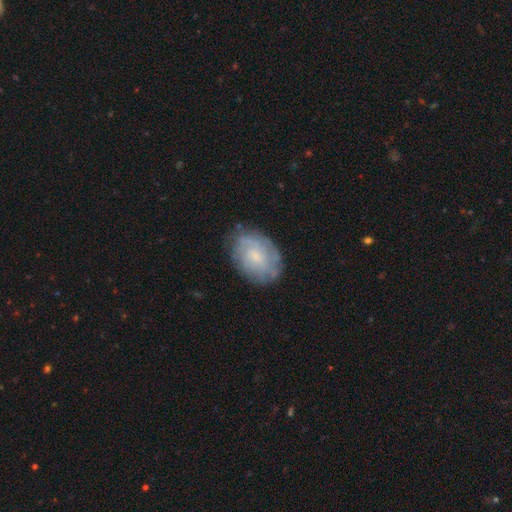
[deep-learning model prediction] Smooth or featured?
  - featured or disk: 52% *
  - smooth: 41%
  - star or artifact: 8%
Edge-on disk?
  - no: 96% *
  - yes: 4%
Merging?
  - none: 74% *
  - minor disturbance: 19%
  - major disturbance: 6%
  - merger: 1%